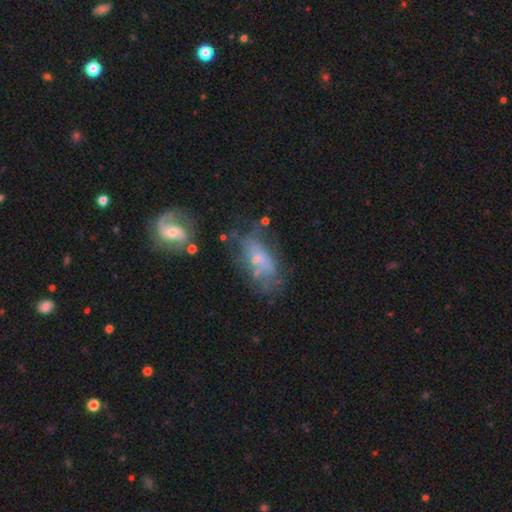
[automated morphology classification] The model was most divided on "spiral arms": yes: 54%, no: 46%. Remaining: edge-on disk — no (93%); bar — no (72%); bulge size — small (58%); smooth or featured — featured or disk (56%); merging — none (41%).